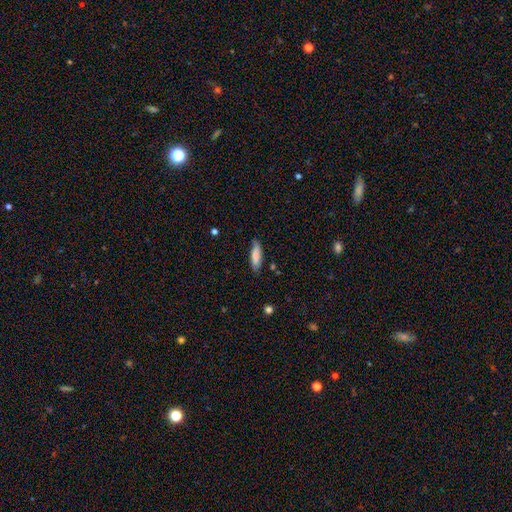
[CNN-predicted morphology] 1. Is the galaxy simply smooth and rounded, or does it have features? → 82% smooth, 12% featured or disk, 6% star or artifact.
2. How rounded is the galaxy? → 59% cigar-shaped, 39% in between, 2% round.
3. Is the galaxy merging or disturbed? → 78% none, 18% minor disturbance, 3% major disturbance, 2% merger.